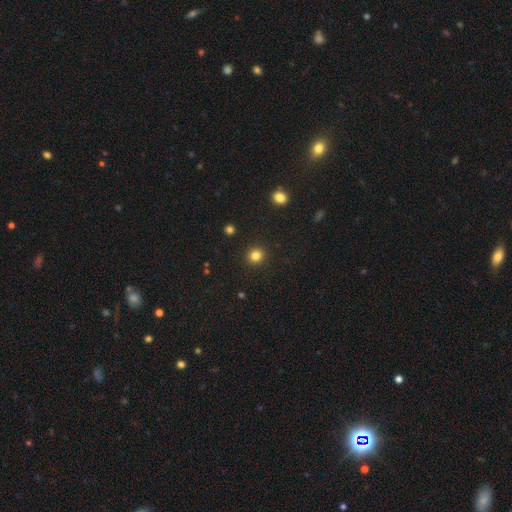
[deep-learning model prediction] smooth 83%, star or artifact 13%, featured or disk 4%. Down the decision tree: how rounded — round (92%); merging — none (92%).